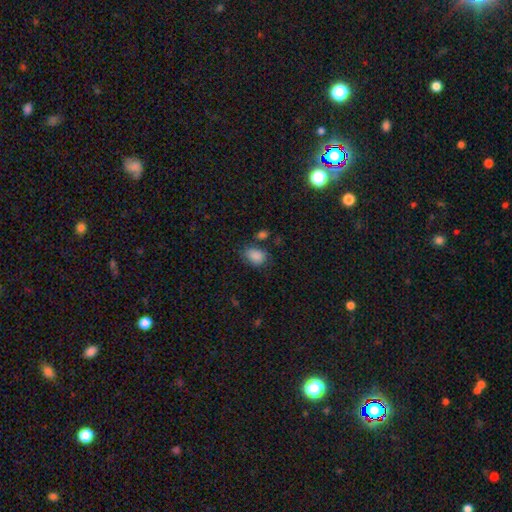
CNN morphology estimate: A smooth galaxy with no disk features (86%) that is in between round and cigar-shaped (74%).

Vote fractions:
- Smooth or featured? smooth: 86% / star or artifact: 10% / featured or disk: 4%
- How rounded? in between: 74% / round: 25% / cigar-shaped: 1%
- Merging? none: 64% / minor disturbance: 21% / merger: 7% / major disturbance: 7%